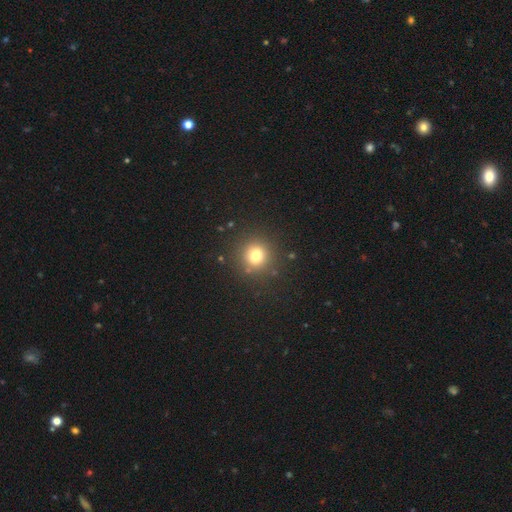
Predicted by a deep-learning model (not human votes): Q: Smooth or featured?
A: smooth (76%); runner-up: star or artifact (16%)
Q: How rounded?
A: round (91%); runner-up: in between (8%)
Q: Merging?
A: none (88%); runner-up: minor disturbance (7%)